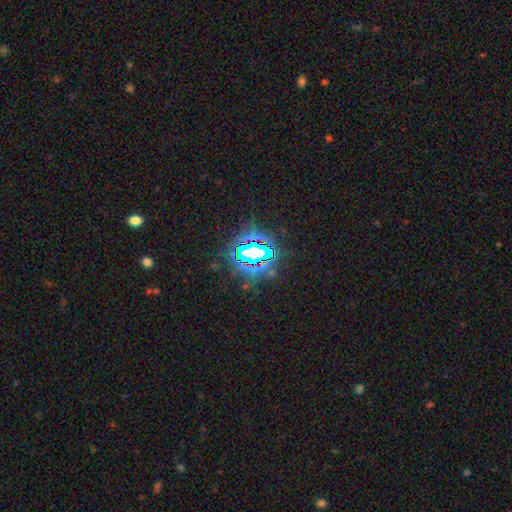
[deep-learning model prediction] Morphology: type=star or artifact (77%).